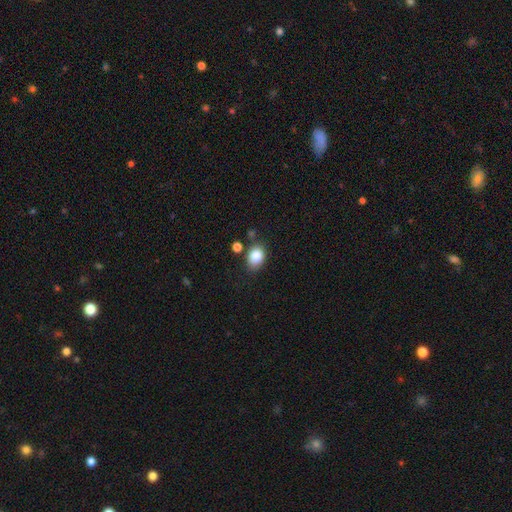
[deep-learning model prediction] This appears to be a smooth galaxy with no disk features (85%) that is in between round and cigar-shaped (62%). Merging: none (70%).